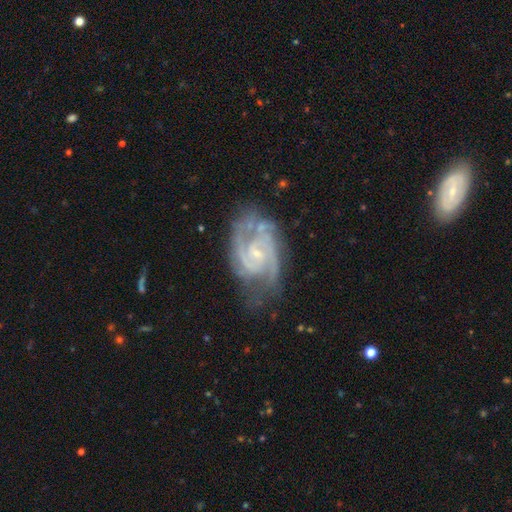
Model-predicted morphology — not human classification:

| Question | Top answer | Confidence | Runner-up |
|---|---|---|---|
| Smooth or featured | featured or disk | 88% | star or artifact (6%) |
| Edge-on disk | no | 97% | yes (3%) |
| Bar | no | 50% | weak (42%) |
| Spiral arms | yes | 97% | no (3%) |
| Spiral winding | medium | 46% | tied: tight (46%) |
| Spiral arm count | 2 | 56% | 3 (20%) |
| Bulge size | small | 71% | moderate (21%) |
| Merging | none | 65% | minor disturbance (22%) |